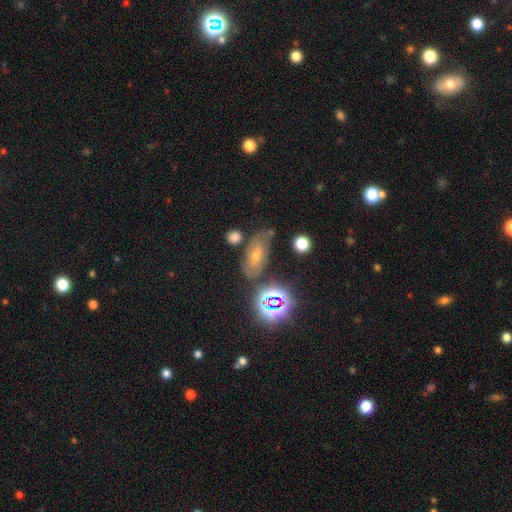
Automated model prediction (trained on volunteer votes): This appears to be a featured or disk galaxy (38%, tied with smooth). Merging: none (60%).